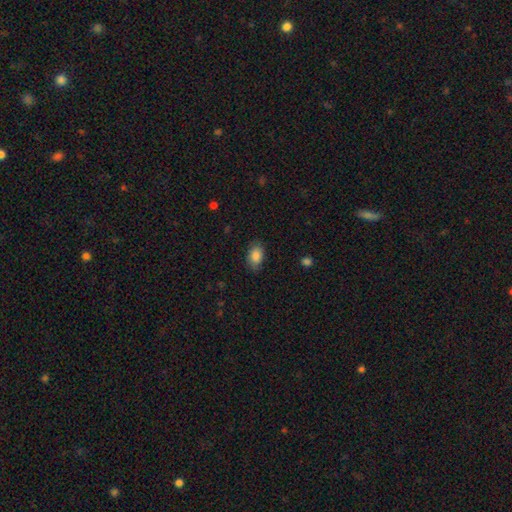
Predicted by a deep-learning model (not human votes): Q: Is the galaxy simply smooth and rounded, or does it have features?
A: smooth — 86%.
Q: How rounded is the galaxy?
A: in between — 90%.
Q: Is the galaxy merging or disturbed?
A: none — 82%.